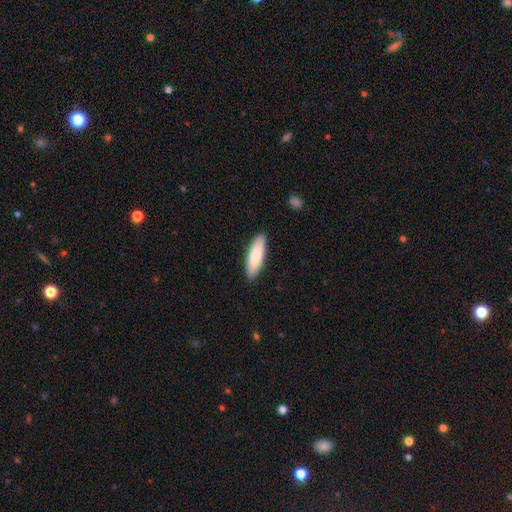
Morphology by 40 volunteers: Volunteers were most divided on "how rounded": cigar-shaped: 53%, in between: 47%, round: 0%. More confident: merging — none (97%); smooth or featured — smooth (85%).